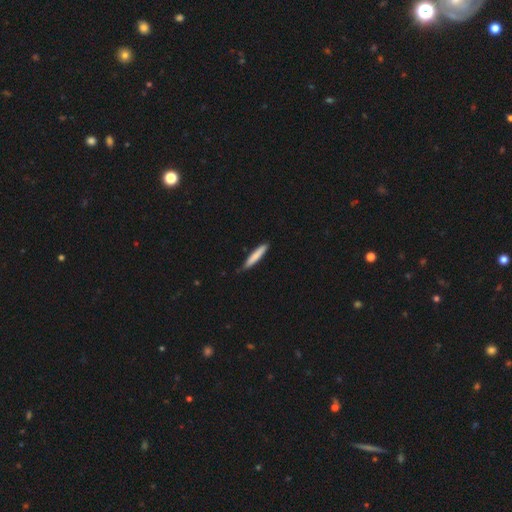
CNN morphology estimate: The model was most divided on "merging": none: 79%, minor disturbance: 17%, major disturbance: 2%, merger: 1%. More confident: how rounded — cigar-shaped (93%); smooth or featured — smooth (80%).